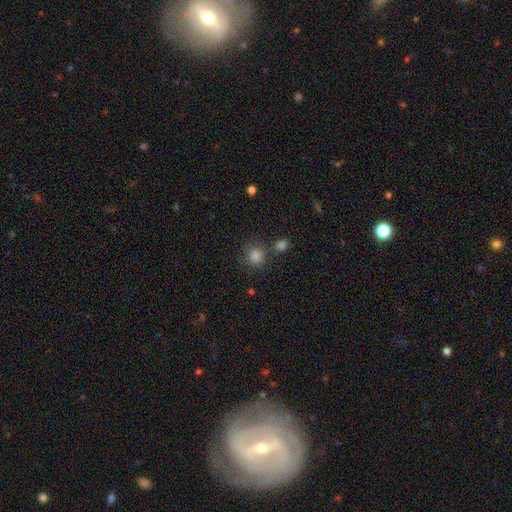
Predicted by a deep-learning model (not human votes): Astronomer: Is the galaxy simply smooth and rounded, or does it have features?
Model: smooth — 82%.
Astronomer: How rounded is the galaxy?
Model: round — 85%.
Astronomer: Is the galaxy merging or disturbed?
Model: none — 73%.